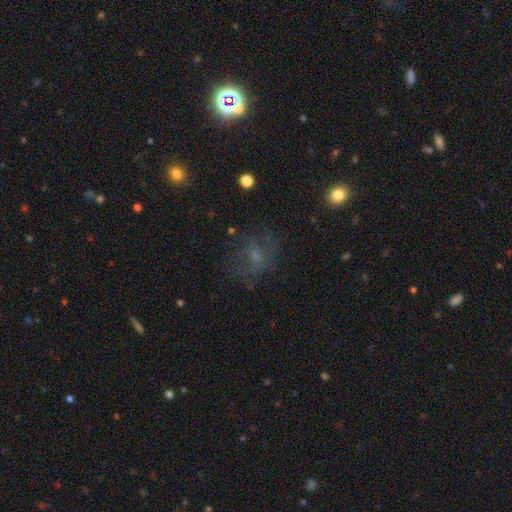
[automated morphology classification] type=smooth (42%); merging=none (61%).